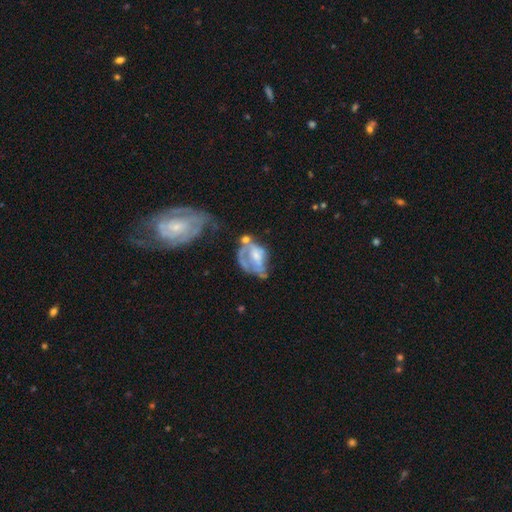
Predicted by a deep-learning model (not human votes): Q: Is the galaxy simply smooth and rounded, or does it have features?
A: featured or disk — 61%.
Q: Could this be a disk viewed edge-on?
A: no — 96%.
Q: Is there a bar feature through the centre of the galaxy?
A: no — 62%.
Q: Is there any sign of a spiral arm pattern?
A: no — 57%.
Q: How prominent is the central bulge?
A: moderate — 36%.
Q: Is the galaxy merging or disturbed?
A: major disturbance — 36%.